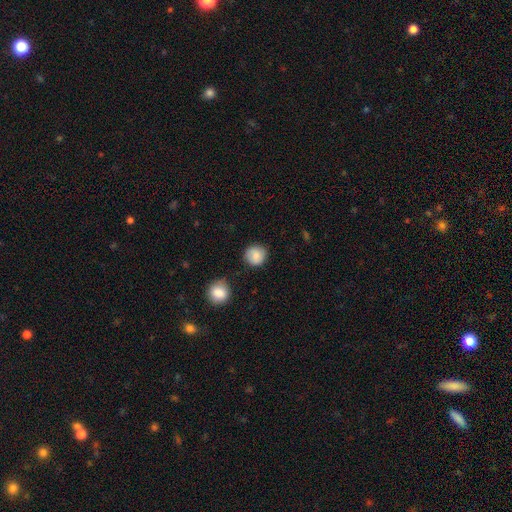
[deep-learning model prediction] Smooth or featured? Predicted: smooth (p=0.85). How rounded? Predicted: round (p=0.92). Merging? Predicted: none (p=0.83).